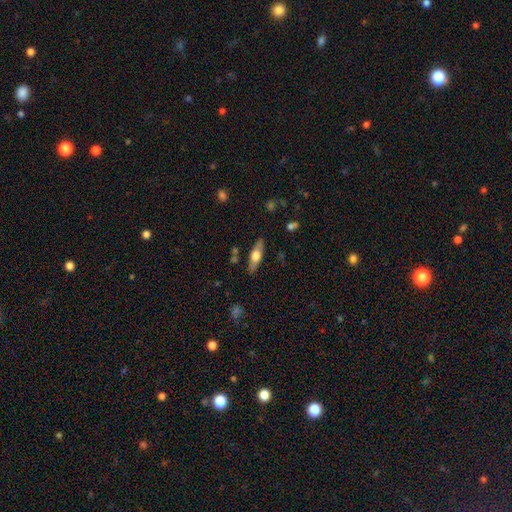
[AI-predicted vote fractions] A smooth galaxy with no disk features (51%) that is cigar-shaped (49%, tied with in between). Merging: none (86%).